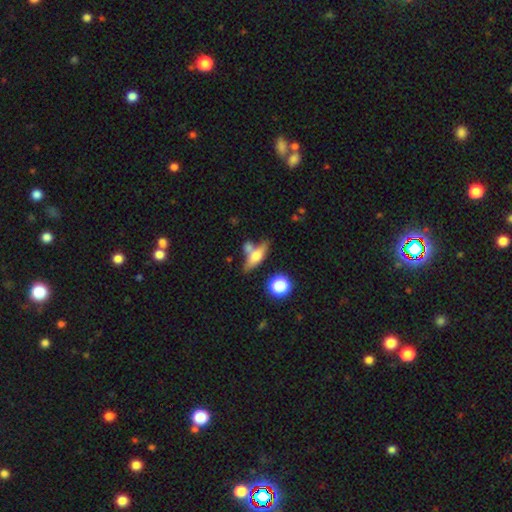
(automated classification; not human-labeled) Overall: smooth (49%; featured or disk 42%). Merging: none (55%; merger 24%).